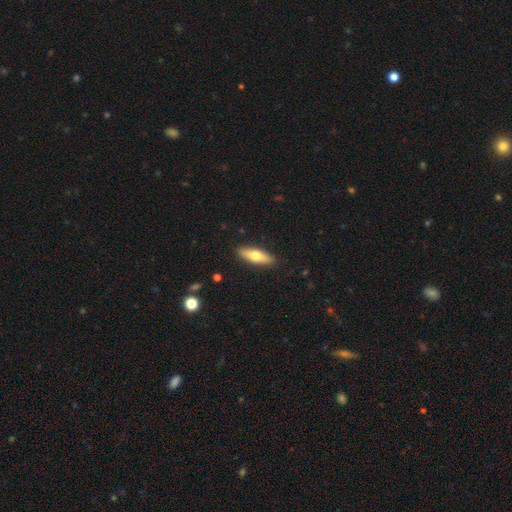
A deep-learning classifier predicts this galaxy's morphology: Smooth or featured: smooth — 65% (featured or disk — 30%)
How rounded: in between — 51% (cigar-shaped — 47%)
Merging: none — 89% (minor disturbance — 8%)